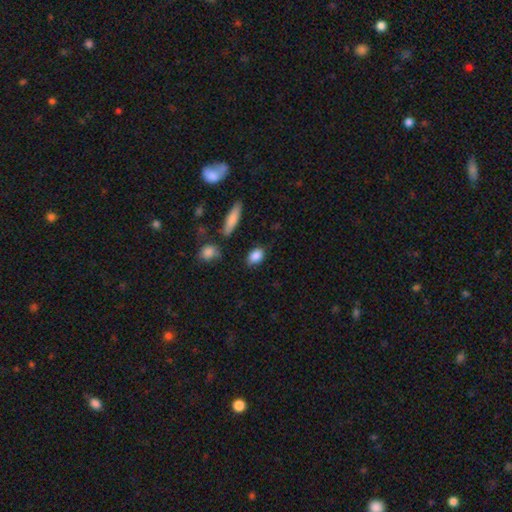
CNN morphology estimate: A smooth galaxy with no disk features (87%) that is in between round and cigar-shaped (80%). Merging: none (81%).